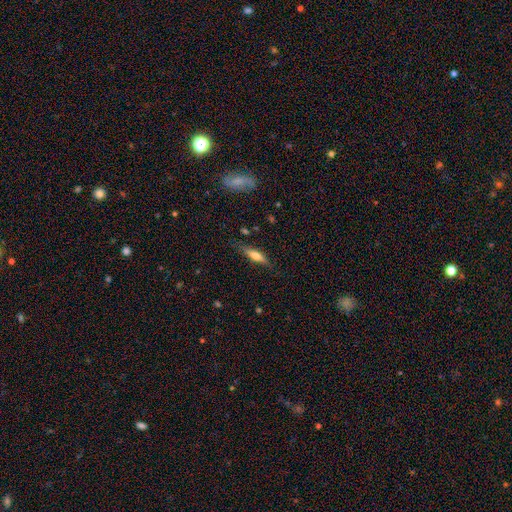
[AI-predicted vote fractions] Smooth or featured: smooth — 50% (featured or disk — 43%)
How rounded: cigar-shaped — 68% (in between — 29%)
Merging: none — 78% (minor disturbance — 16%)